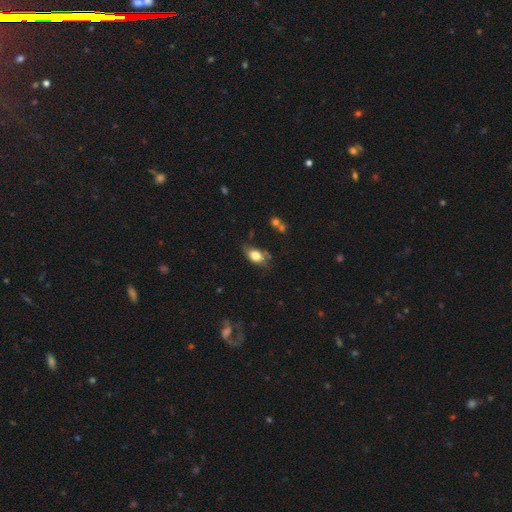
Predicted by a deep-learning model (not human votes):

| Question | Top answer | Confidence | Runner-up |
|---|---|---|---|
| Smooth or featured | smooth | 78% | featured or disk (14%) |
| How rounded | in between | 85% | round (11%) |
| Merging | none | 61% | minor disturbance (27%) |